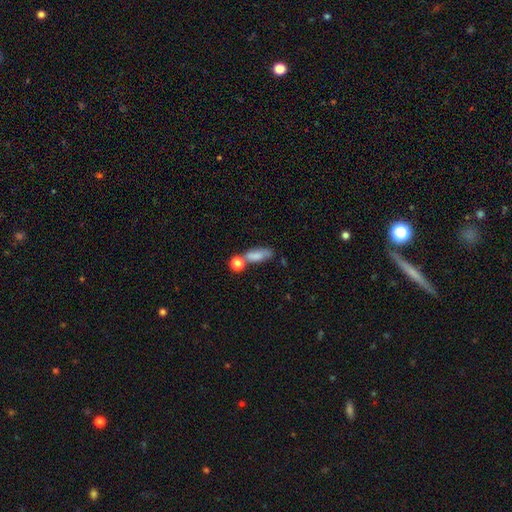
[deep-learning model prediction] Smooth or featured: smooth — 75% (featured or disk — 15%)
How rounded: in between — 62% (cigar-shaped — 28%)
Merging: none — 46% (merger — 27%)